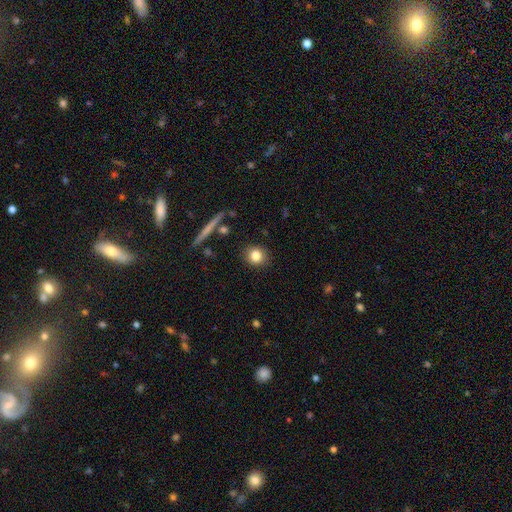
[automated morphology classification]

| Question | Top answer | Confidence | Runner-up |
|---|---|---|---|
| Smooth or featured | smooth | 81% | star or artifact (10%) |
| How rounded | round | 84% | in between (15%) |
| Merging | none | 88% | minor disturbance (7%) |